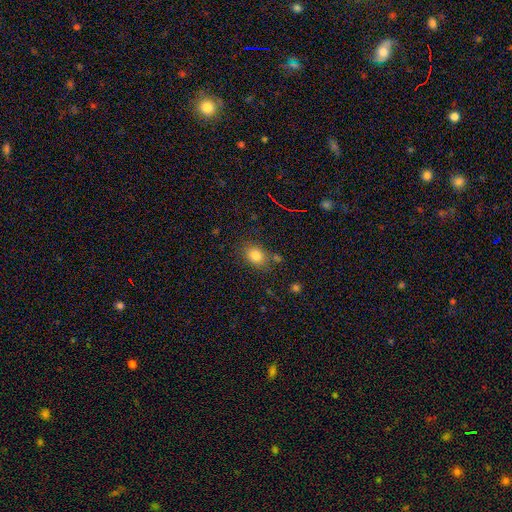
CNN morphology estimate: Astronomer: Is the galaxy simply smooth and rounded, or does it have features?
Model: smooth — 80%.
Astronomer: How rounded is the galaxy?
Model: in between — 55% (runner-up: round, 44%).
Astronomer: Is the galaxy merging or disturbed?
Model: none — 76%.